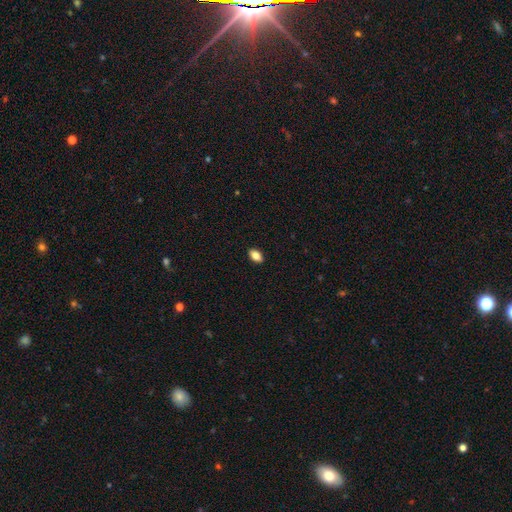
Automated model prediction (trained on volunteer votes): Smooth or featured? smooth (86%)
How rounded? in between (90%)
Merging? none (90%)